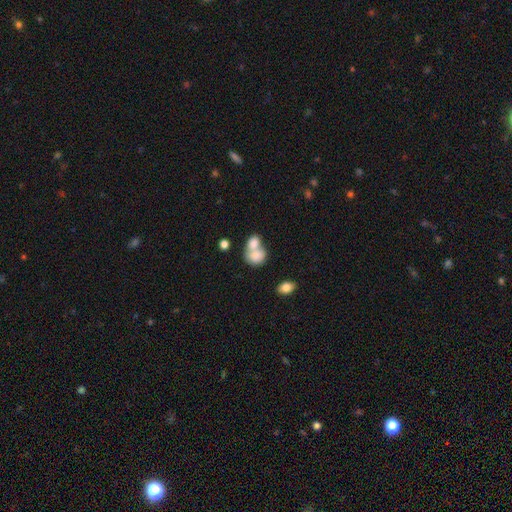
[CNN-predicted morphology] Smooth or featured? Predicted: smooth (p=0.79). How rounded? Predicted: in between (p=0.51). Merging? Predicted: merger (p=0.67).